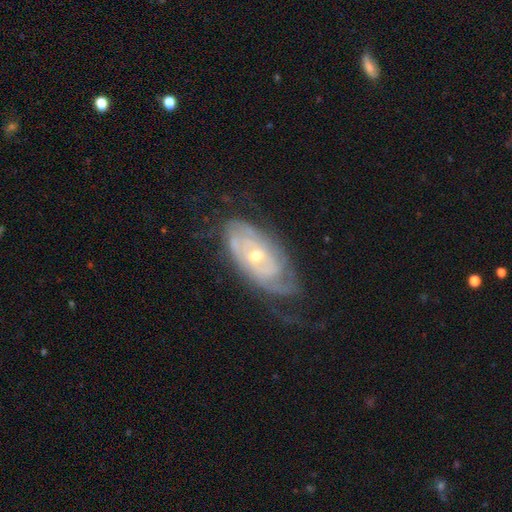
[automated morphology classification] type=featured or disk (81%); edge-on=no (92%); bar=no (74%); spiral arms=yes (87%); winding=tight (71%); arm count=can't tell (51%); bulge=small (50%); merging=none (60%).